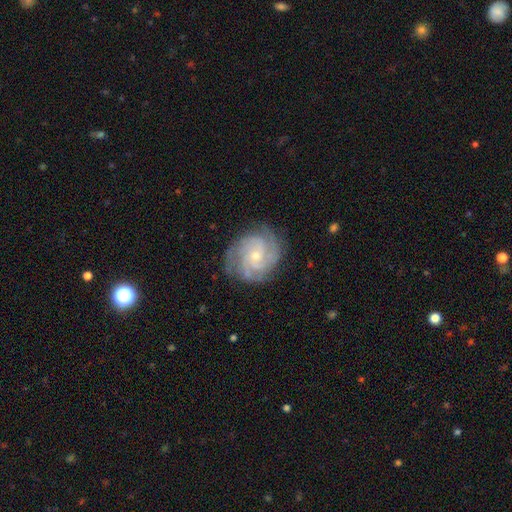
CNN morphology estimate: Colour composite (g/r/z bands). It shows a featured or disk galaxy (87%) with no bar (71%), 3 (30%) tight (69%) spiral arms (98%) and a small central bulge (71%). Merging: none (81%).